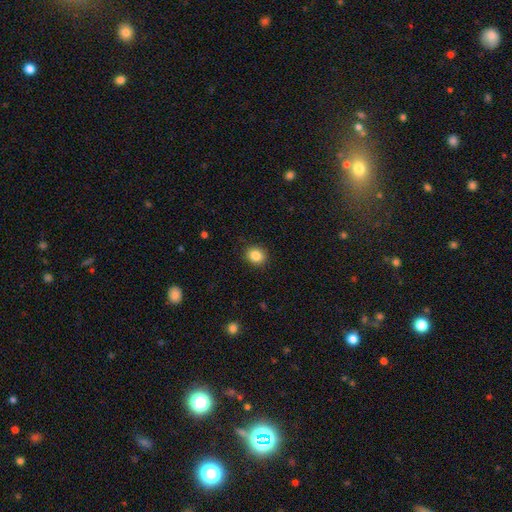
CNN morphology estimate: Smooth or featured? Predicted: smooth (p=0.86). How rounded? Predicted: round (p=0.70). Merging? Predicted: none (p=0.90).